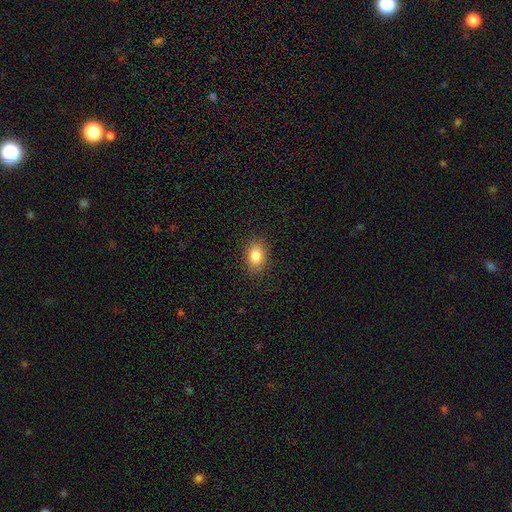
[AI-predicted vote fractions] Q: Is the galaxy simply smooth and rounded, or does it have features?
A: smooth — 84%.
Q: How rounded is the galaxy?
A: in between — 78%.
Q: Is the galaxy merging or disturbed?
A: none — 86%.